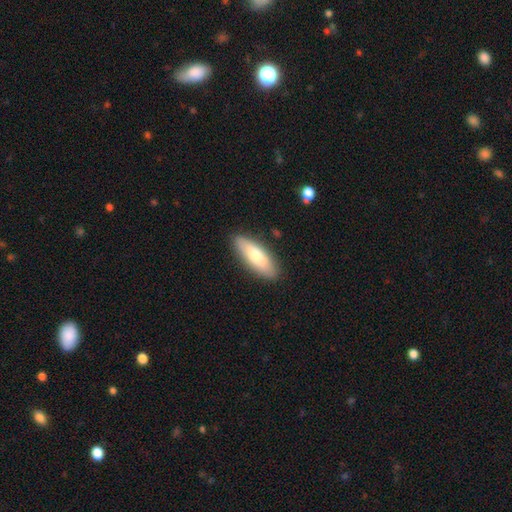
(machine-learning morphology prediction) smooth_or_featured: smooth (p=0.71) [alt: featured or disk p=0.23]
how_rounded: in between (p=0.61) [alt: cigar-shaped p=0.37]
merging: none (p=0.87) [alt: minor disturbance p=0.09]